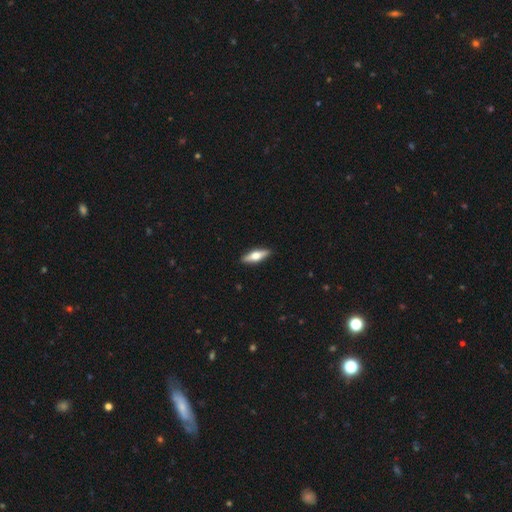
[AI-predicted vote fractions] Smooth or featured?
  - smooth: 49% *
  - featured or disk: 45%
  - star or artifact: 6%
Merging?
  - none: 90% *
  - minor disturbance: 7%
  - major disturbance: 2%
  - merger: 1%